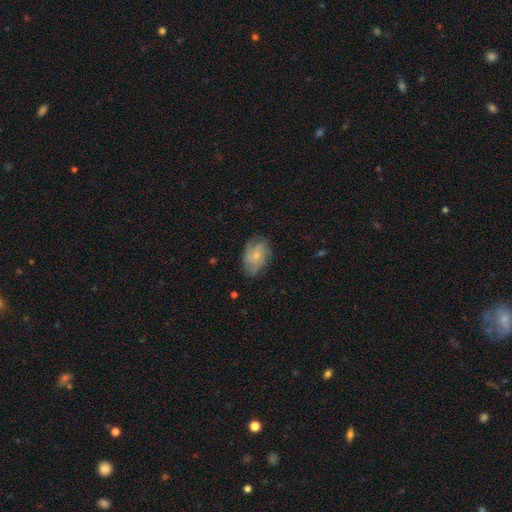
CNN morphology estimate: This is possibly a featured or disk galaxy (46%, tied with smooth). Merging: likely none (68%).